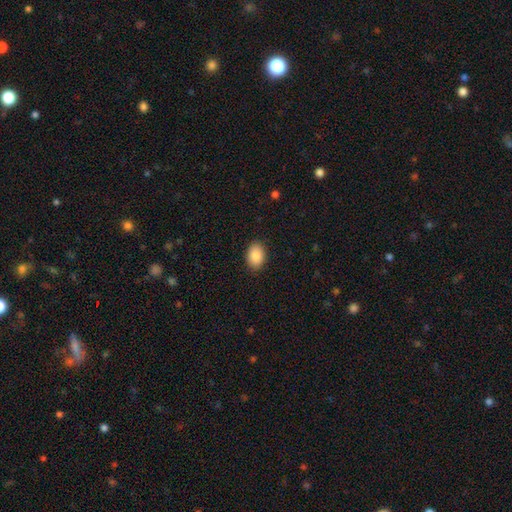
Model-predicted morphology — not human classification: This appears to be a smooth galaxy with no disk features (88%) that is in between round and cigar-shaped (84%). Merging: none (89%).